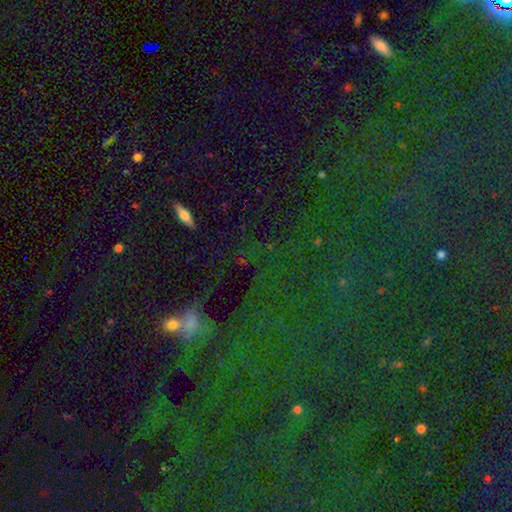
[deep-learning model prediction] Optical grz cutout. It shows a star or artifact, not a galaxy (75%).